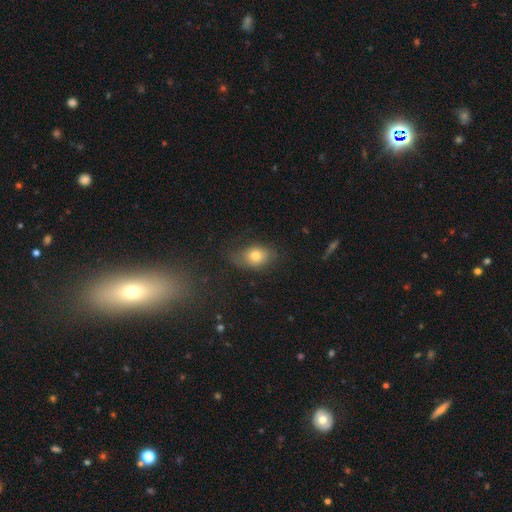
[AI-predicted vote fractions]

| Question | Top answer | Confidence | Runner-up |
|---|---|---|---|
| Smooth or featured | smooth | 73% | featured or disk (16%) |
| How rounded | in between | 72% | round (26%) |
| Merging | none | 59% | minor disturbance (27%) |